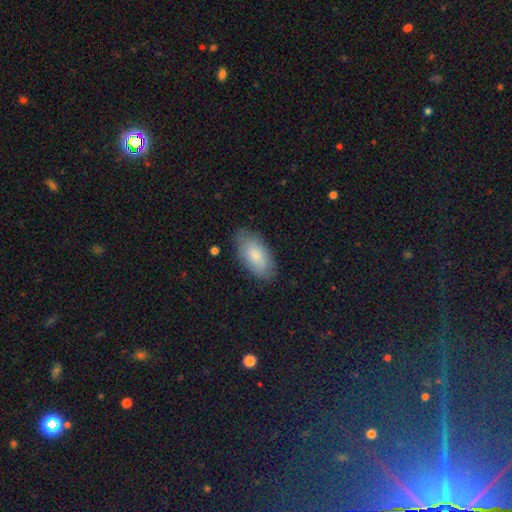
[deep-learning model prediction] Overall: smooth (80%). How rounded: in between (94%). Merging: none (80%).